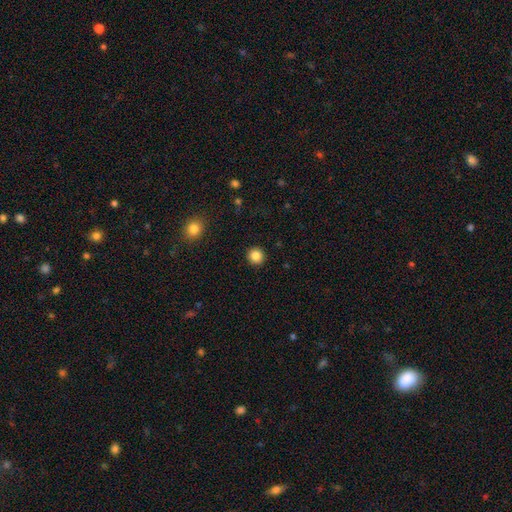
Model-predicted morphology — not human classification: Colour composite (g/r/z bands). It shows a smooth galaxy with no disk features (85%) that is round (92%). Merging: none (92%).